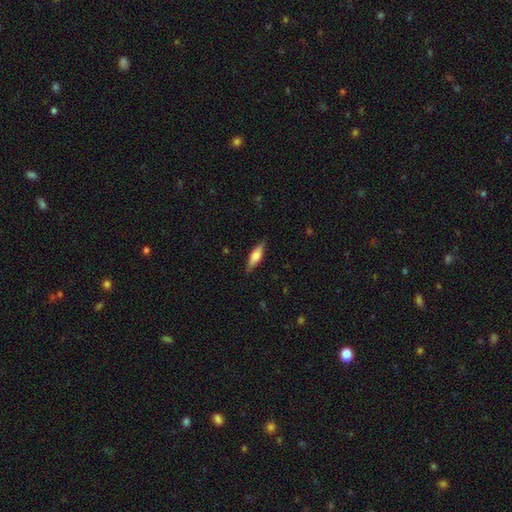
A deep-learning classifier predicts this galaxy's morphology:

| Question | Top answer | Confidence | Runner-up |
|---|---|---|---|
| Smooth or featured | smooth | 67% | featured or disk (28%) |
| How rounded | cigar-shaped | 50% | in between (47%) |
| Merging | none | 85% | minor disturbance (12%) |